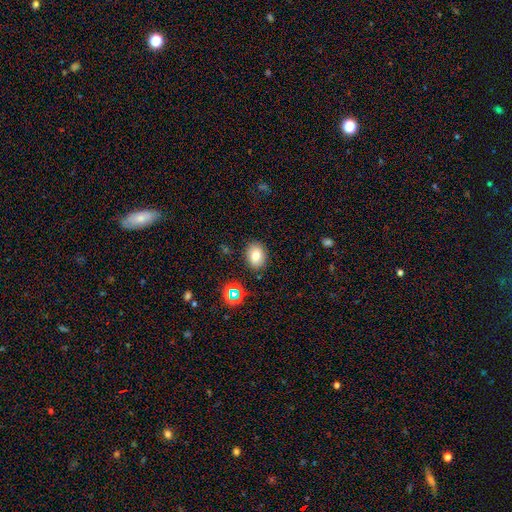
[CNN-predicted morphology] A smooth galaxy with no disk features (78%) that is in between round and cigar-shaped (62%).

Vote fractions:
- Smooth or featured? smooth: 78% / star or artifact: 13% / featured or disk: 9%
- How rounded? in between: 62% / round: 37% / cigar-shaped: 1%
- Merging? none: 85% / minor disturbance: 10% / major disturbance: 3% / merger: 2%